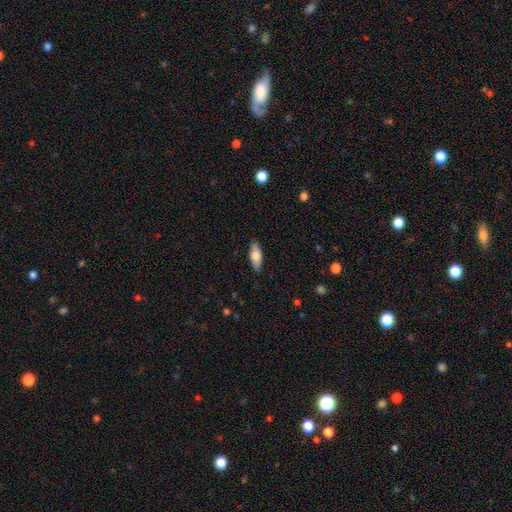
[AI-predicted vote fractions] This is likely a smooth galaxy (73%). How rounded: likely in between (73%). Merging: clearly none (87%).